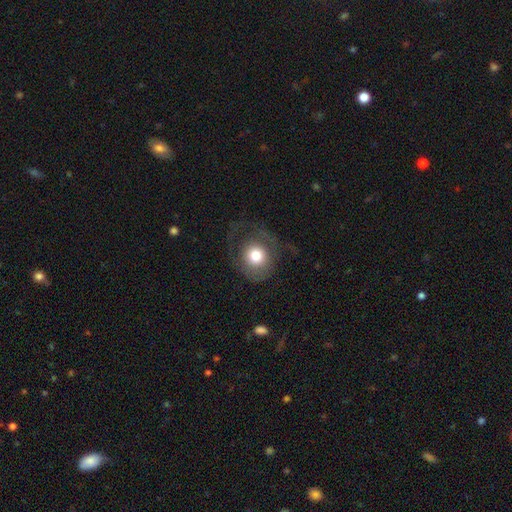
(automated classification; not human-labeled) Morphology: type=smooth (63%); roundness=round (79%); merging=none (53%).